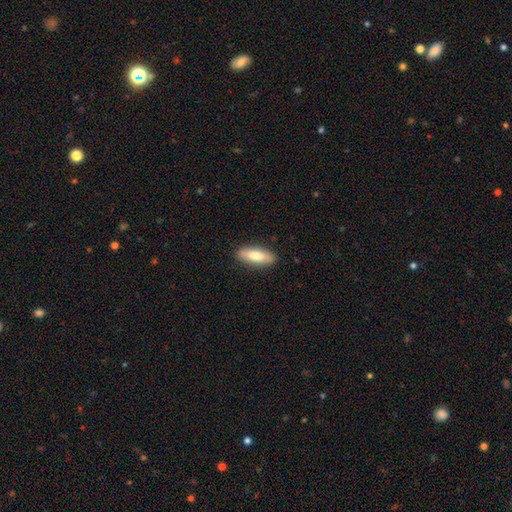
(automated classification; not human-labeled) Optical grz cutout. It shows a smooth galaxy with no disk features (77%) that is in between round and cigar-shaped (65%). Merging: none (89%).